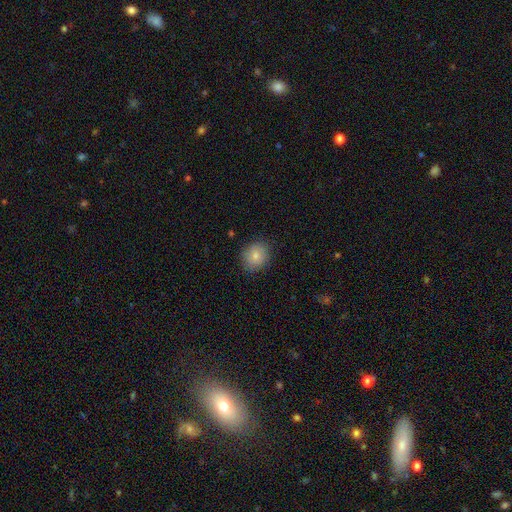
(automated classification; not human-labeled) Smooth or featured: smooth — 78% (featured or disk — 13%)
How rounded: round — 78% (in between — 22%)
Merging: none — 84% (minor disturbance — 12%)